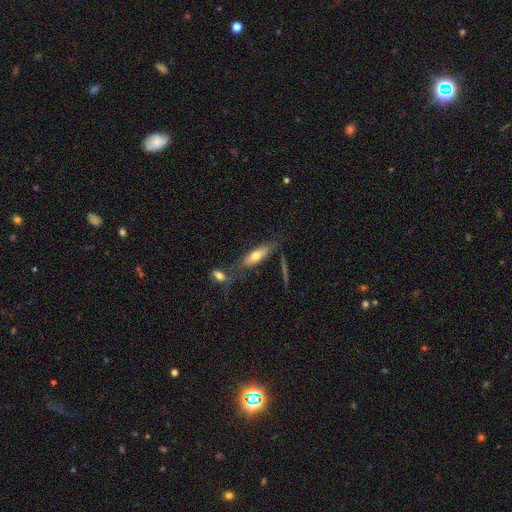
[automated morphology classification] Smooth or featured? Predicted: smooth (p=0.60). How rounded? Predicted: in between (p=0.51). Merging? Predicted: none (p=0.59).